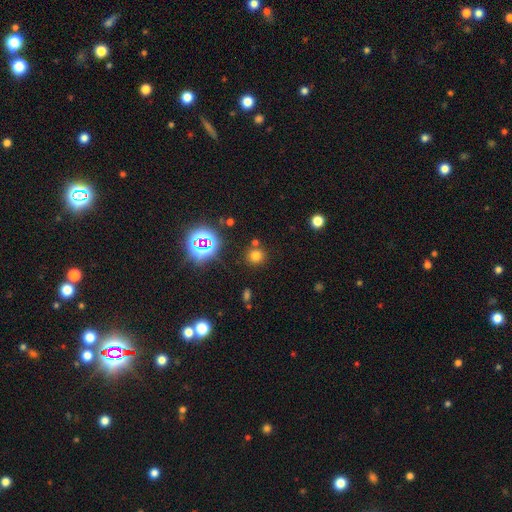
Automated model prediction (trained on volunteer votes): The model was most divided on "smooth or featured": smooth: 67%, star or artifact: 26%, featured or disk: 7%. More confident: how rounded — round (90%); merging — none (79%).